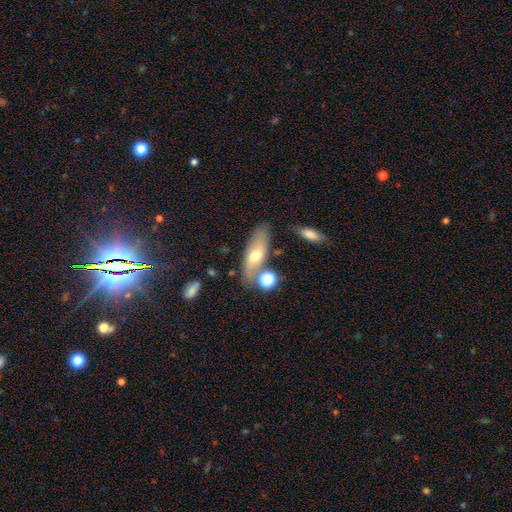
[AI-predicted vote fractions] smooth 52%, featured or disk 39%, star or artifact 9%. Down the decision tree: how rounded — in between (66%); merging — none (65%).